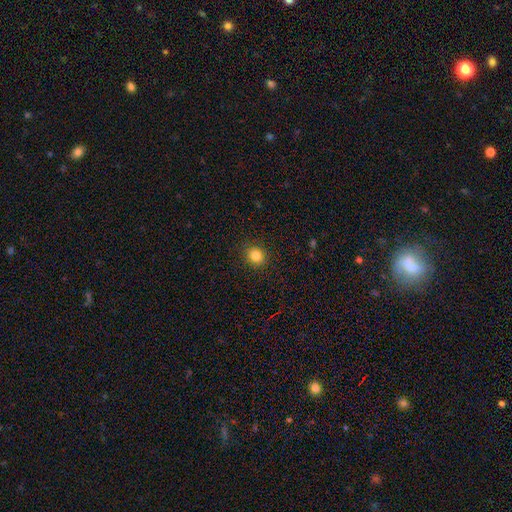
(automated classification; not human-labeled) smooth 83%, star or artifact 11%, featured or disk 5%. Down the decision tree: how rounded — round (82%); merging — none (90%).